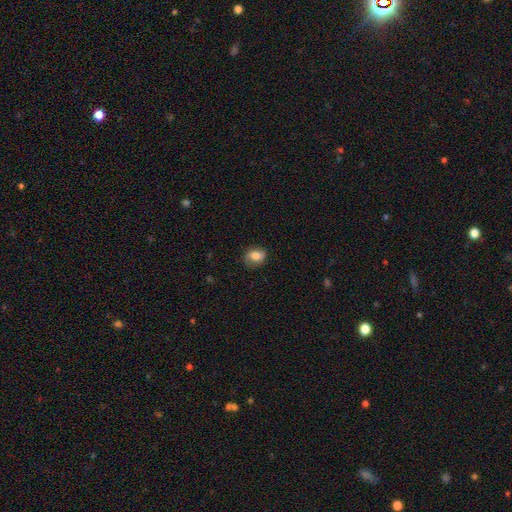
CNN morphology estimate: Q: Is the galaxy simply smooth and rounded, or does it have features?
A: smooth — 65%.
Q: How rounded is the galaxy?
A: in between — 60%.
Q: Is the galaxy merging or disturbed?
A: none — 72%.